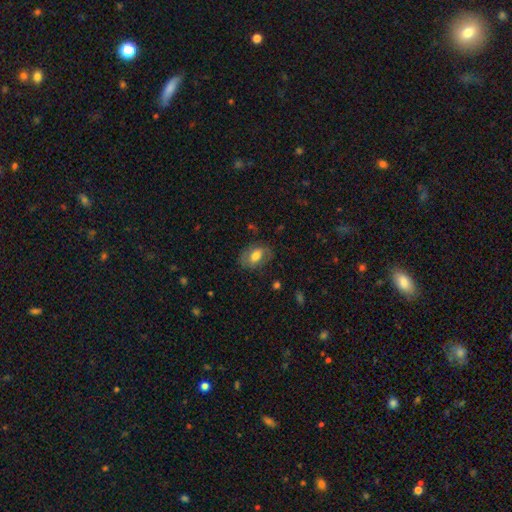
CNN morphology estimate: This appears to be a smooth galaxy with no disk features (57%) that is in between round and cigar-shaped (83%). Merging: none (71%).